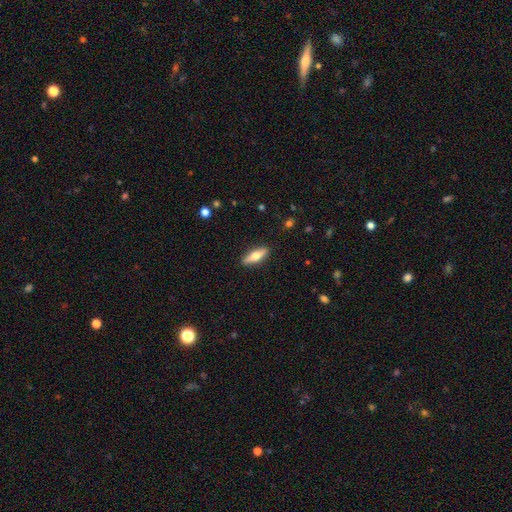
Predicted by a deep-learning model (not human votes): Q: Smooth or featured?
A: smooth (57%); runner-up: featured or disk (37%)
Q: How rounded?
A: cigar-shaped (51%); runner-up: in between (46%)
Q: Merging?
A: none (89%); runner-up: minor disturbance (8%)